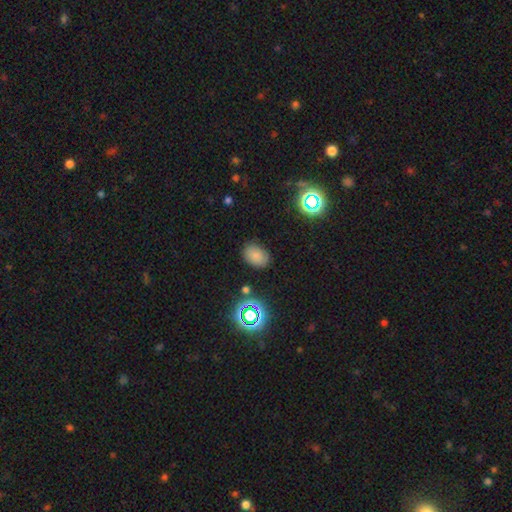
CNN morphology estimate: Overall: smooth (76%). How rounded: in between (78%). Merging: none (82%).